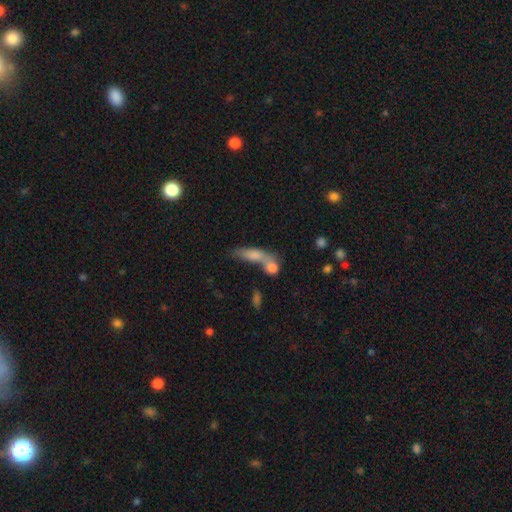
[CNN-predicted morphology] A smooth galaxy with no disk features (70%) that is in between round and cigar-shaped (52%).

Vote fractions:
- Smooth or featured? smooth: 70% / featured or disk: 20% / star or artifact: 10%
- How rounded? in between: 52% / cigar-shaped: 39% / round: 9%
- Merging? merger: 51% / none: 29% / minor disturbance: 11% / major disturbance: 8%